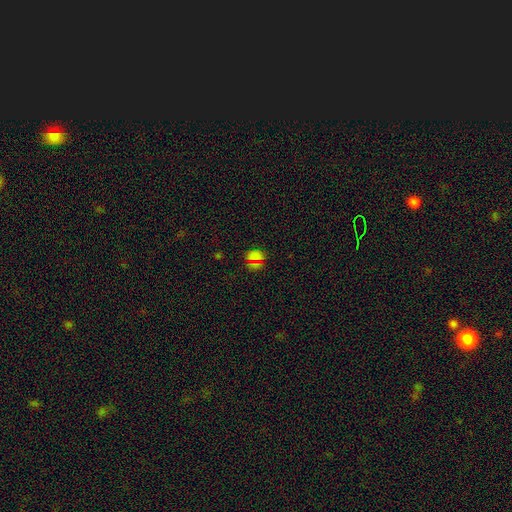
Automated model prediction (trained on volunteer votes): A smooth galaxy with no disk features (60%) that is round (62%).

Vote fractions:
- Smooth or featured? smooth: 60% / star or artifact: 33% / featured or disk: 6%
- How rounded? round: 62% / in between: 35% / cigar-shaped: 3%
- Merging? none: 84% / minor disturbance: 10% / major disturbance: 4% / merger: 2%